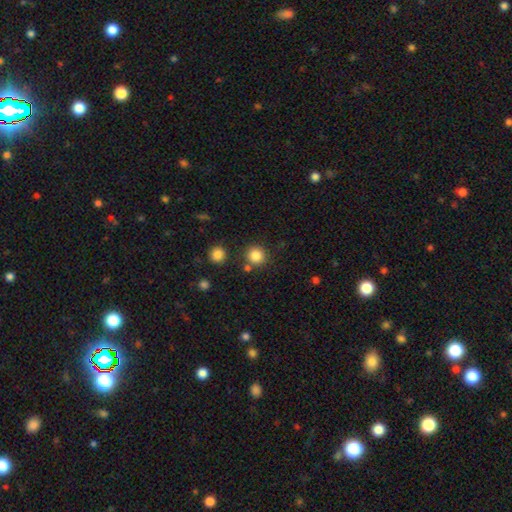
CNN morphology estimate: smooth_or_featured: smooth (p=0.84) [alt: star or artifact p=0.11]
how_rounded: round (p=0.92) [alt: in between p=0.07]
merging: none (p=0.81) [alt: merger p=0.08]